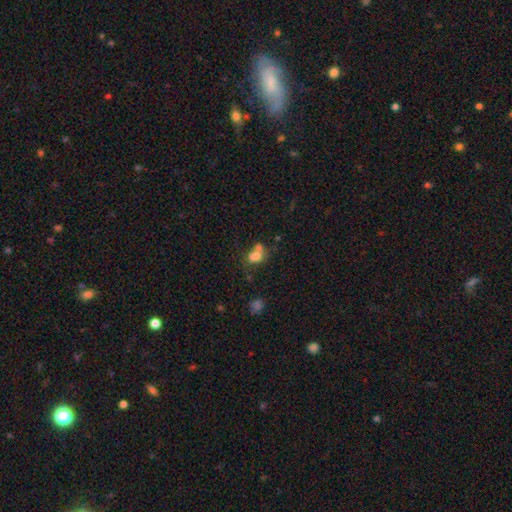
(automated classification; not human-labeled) smooth_or_featured: smooth (p=0.74) [alt: featured or disk p=0.13]
how_rounded: in between (p=0.58) [alt: round p=0.41]
merging: merger (p=0.47) [alt: none p=0.34]